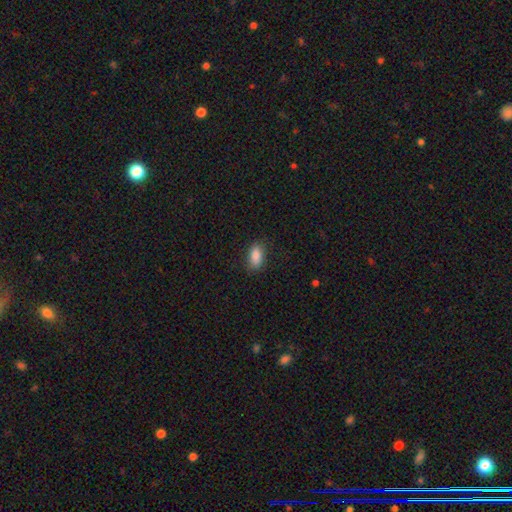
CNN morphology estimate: smooth 87%, star or artifact 8%, featured or disk 5%. Down the decision tree: how rounded — in between (90%); merging — none (82%).